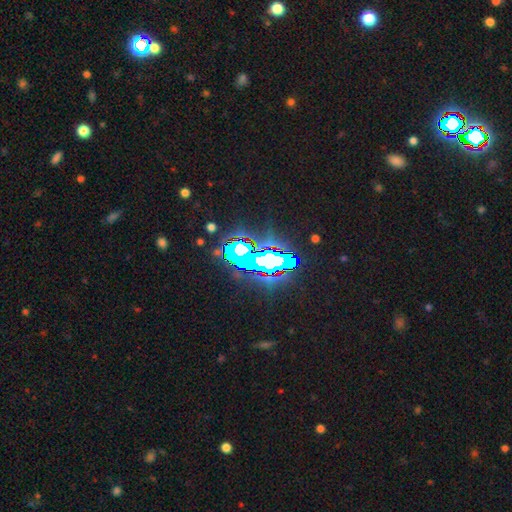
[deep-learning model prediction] This is likely a star or artifact rather than a galaxy (77%).